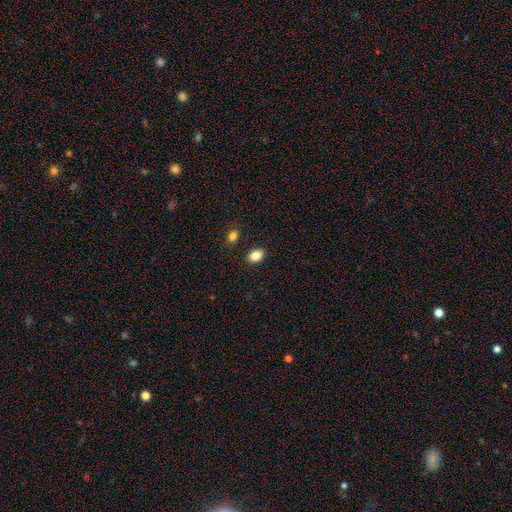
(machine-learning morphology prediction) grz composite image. It shows a smooth galaxy with no disk features (86%) that is in between round and cigar-shaped (78%). Merging: none (87%).